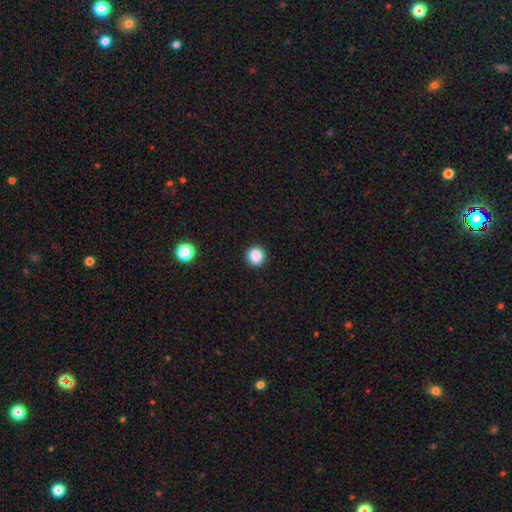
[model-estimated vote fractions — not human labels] A smooth galaxy with no disk features (86%) that is round (90%).

Vote fractions:
- Smooth or featured? smooth: 86% / star or artifact: 10% / featured or disk: 3%
- How rounded? round: 90% / in between: 9% / cigar-shaped: 1%
- Merging? none: 91% / minor disturbance: 6% / major disturbance: 2% / merger: 1%